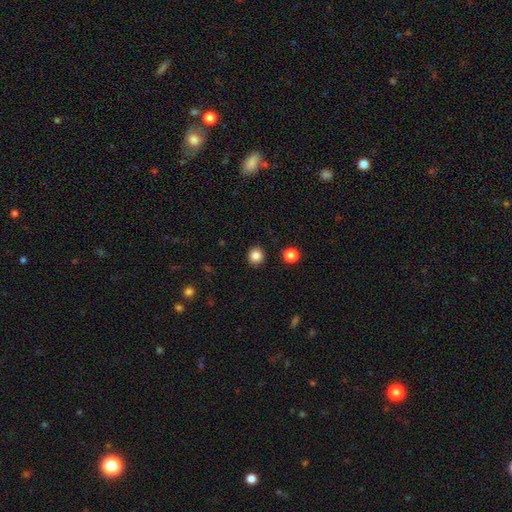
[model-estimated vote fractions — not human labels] Smooth or featured?
  - smooth: 84% *
  - star or artifact: 11%
  - featured or disk: 5%
How rounded?
  - round: 90% *
  - in between: 9%
  - cigar-shaped: 1%
Merging?
  - none: 91% *
  - minor disturbance: 5%
  - major disturbance: 2%
  - merger: 1%